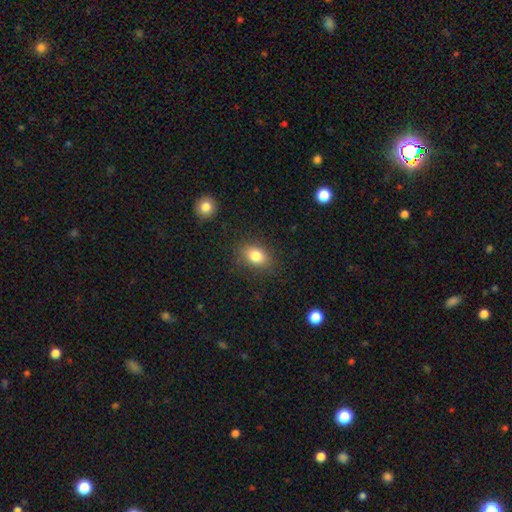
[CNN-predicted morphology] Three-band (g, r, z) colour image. It shows a smooth galaxy with no disk features (82%) that is in between round and cigar-shaped (76%). Merging: none (83%).